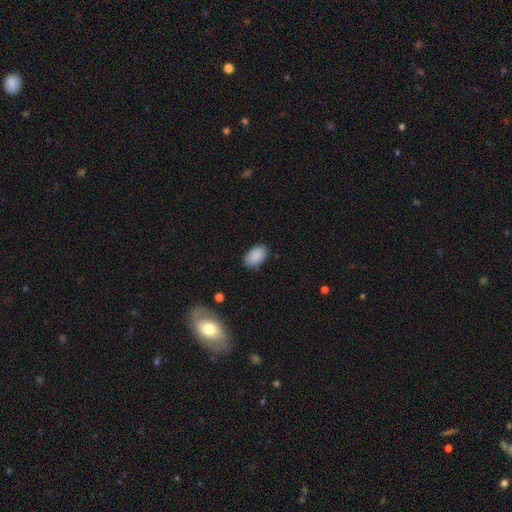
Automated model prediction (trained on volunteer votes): Morphology: type=smooth (89%); roundness=in between (92%); merging=none (84%).